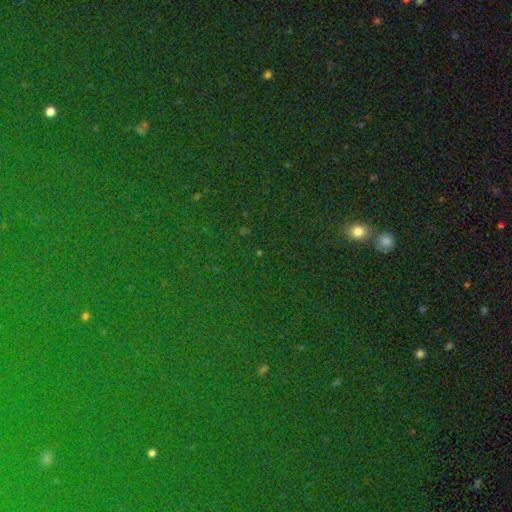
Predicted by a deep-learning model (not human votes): This appears to be a star or artifact, not a galaxy (80%).